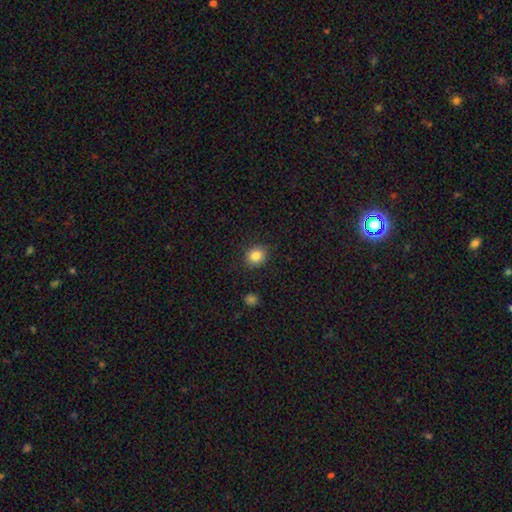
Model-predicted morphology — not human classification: A smooth galaxy with no disk features (85%) that is round (76%). Merging: none (87%).